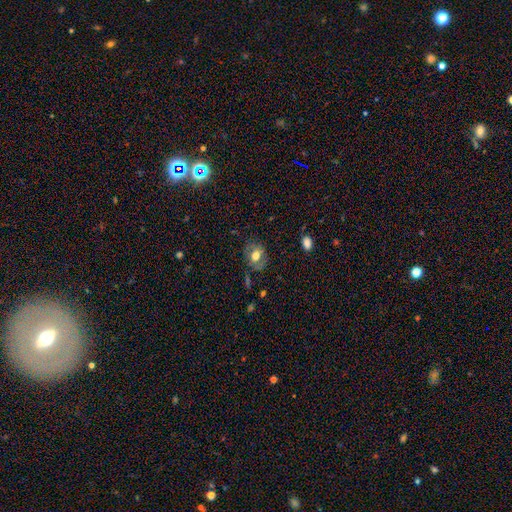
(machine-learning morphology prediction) This is likely a smooth galaxy (62%). How rounded: possibly round (53%). Merging: likely none (74%).